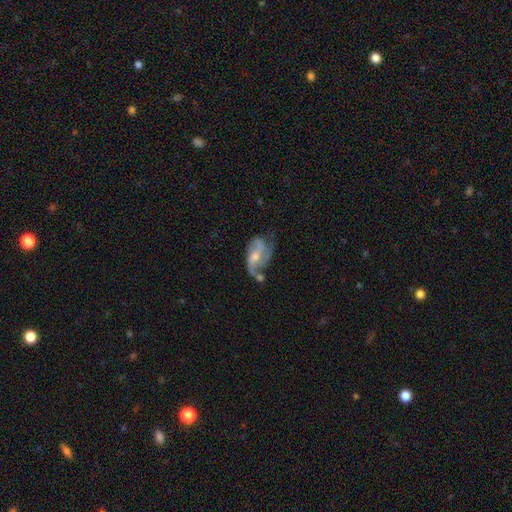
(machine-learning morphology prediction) This is likely a featured or disk galaxy (74%). It is clearly not viewed edge-on (96%). Bar: possibly no (51%). Spiral arm pattern: clearly yes (88%). Spiral arm count: possibly 2 (57%). Spiral winding: marginally medium (43%). Central bulge: possibly moderate (52%). Merging: marginally none (34%).